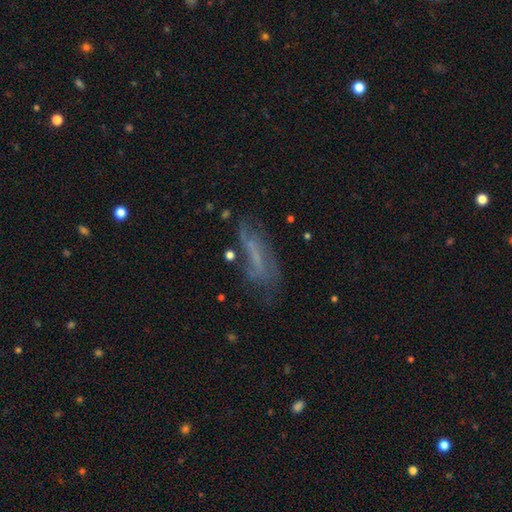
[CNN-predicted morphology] featured or disk 47%, smooth 37%, star or artifact 16%. Down the decision tree: merging — none (52%).